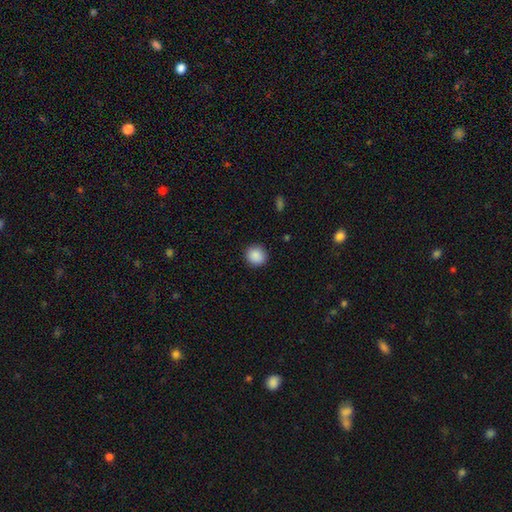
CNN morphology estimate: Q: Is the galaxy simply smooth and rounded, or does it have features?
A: smooth — 89%.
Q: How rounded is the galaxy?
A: round — 92%.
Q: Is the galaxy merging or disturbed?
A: none — 91%.